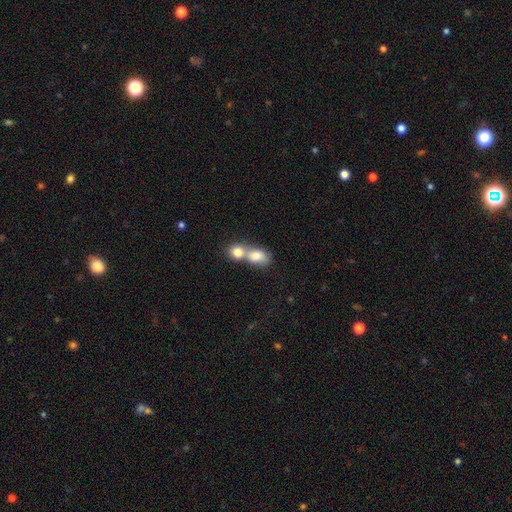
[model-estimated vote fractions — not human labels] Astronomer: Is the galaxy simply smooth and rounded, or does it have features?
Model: smooth — 78%.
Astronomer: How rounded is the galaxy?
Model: in between — 56% (runner-up: round, 41%).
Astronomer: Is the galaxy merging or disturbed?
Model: merger — 73%.